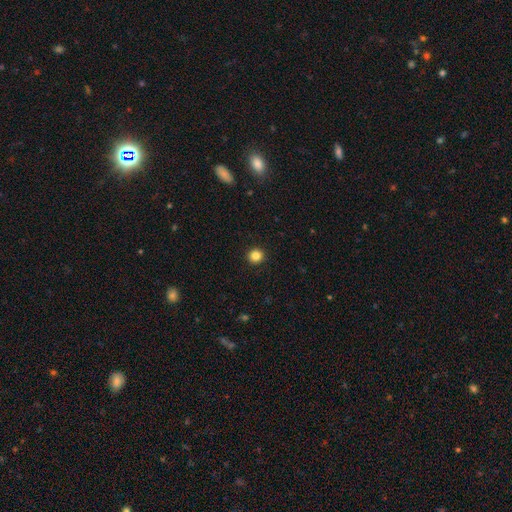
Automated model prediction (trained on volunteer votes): Morphology: type=smooth (84%); roundness=round (93%); merging=none (93%).